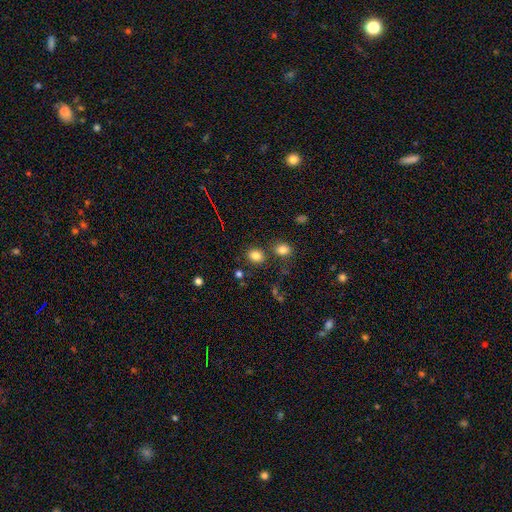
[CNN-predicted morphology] smooth 82%, star or artifact 12%, featured or disk 6%. Down the decision tree: how rounded — round (54%); merging — none (77%).